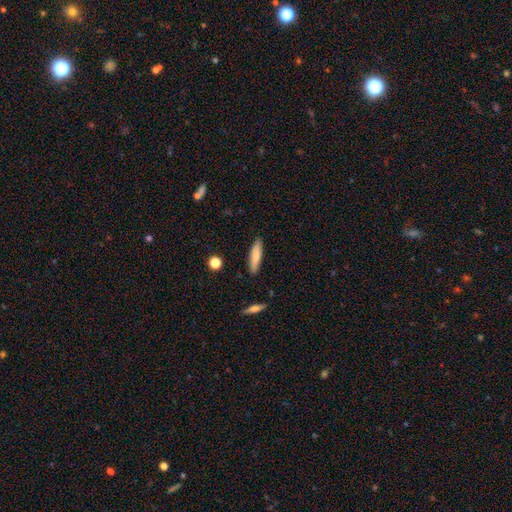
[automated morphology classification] A smooth galaxy with no disk features (79%) that is cigar-shaped (79%). Merging: none (88%).